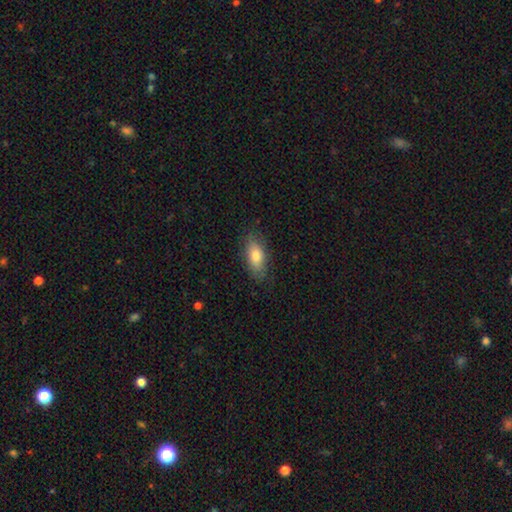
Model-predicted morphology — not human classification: Q: Smooth or featured?
A: smooth (79%); runner-up: featured or disk (14%)
Q: How rounded?
A: in between (87%); runner-up: cigar-shaped (9%)
Q: Merging?
A: none (81%); runner-up: minor disturbance (14%)